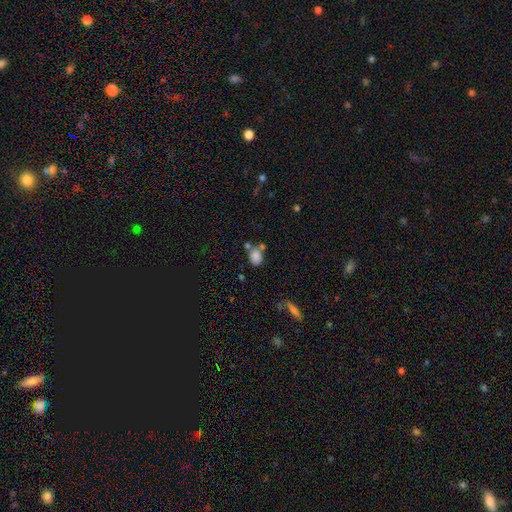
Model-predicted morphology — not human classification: Q: Smooth or featured?
A: smooth (81%); runner-up: star or artifact (11%)
Q: How rounded?
A: in between (64%); runner-up: round (34%)
Q: Merging?
A: none (50%); runner-up: merger (28%)